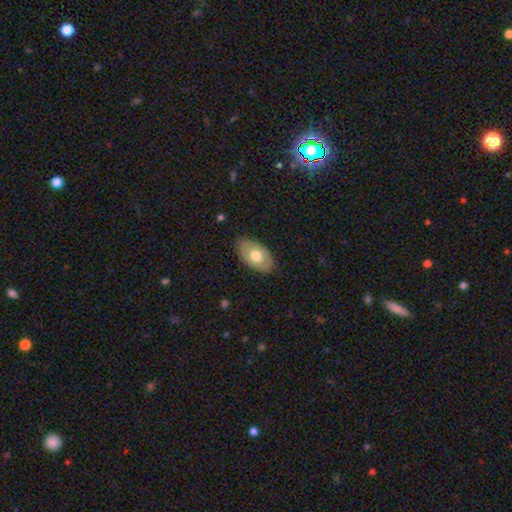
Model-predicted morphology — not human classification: The model was most divided on "smooth or featured": smooth: 60%, featured or disk: 34%, star or artifact: 6%. More confident: how rounded — in between (91%); merging — none (80%).